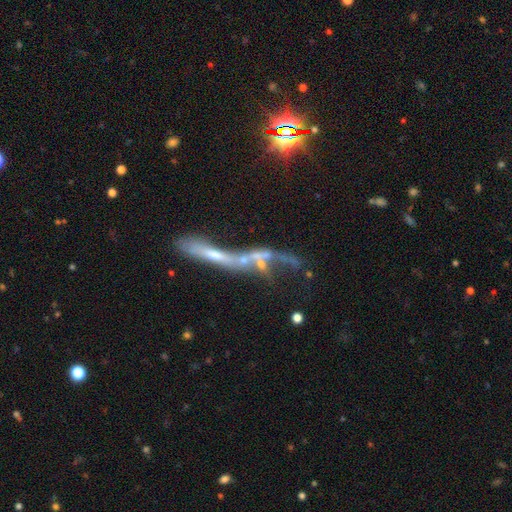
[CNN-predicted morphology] featured or disk 61%, smooth 24%, star or artifact 15%. Down the decision tree: edge-on disk — no (63%); merging — merger (44%).